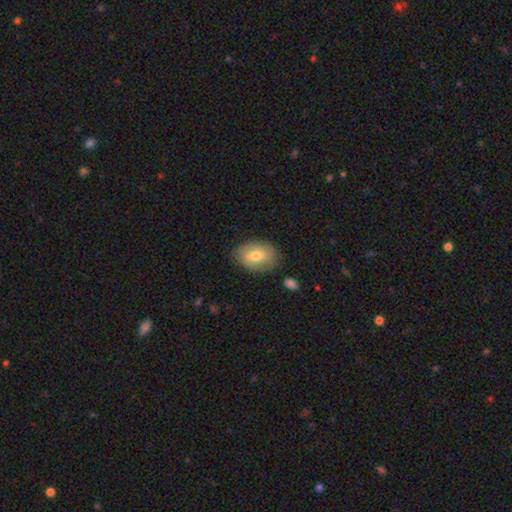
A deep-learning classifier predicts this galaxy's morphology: Smooth or featured? smooth (71%)
How rounded? in between (79%)
Merging? none (78%)